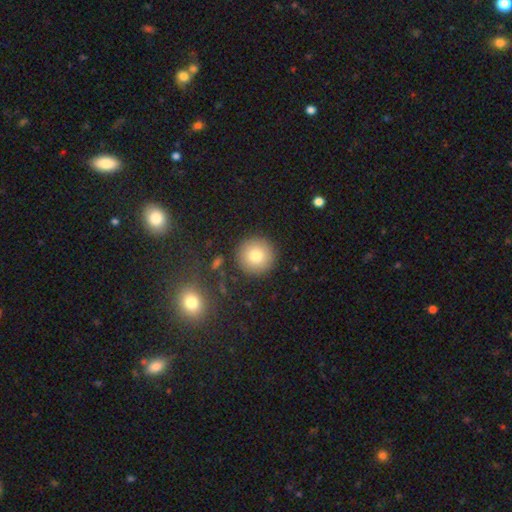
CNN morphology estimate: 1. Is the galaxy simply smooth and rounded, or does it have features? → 79% smooth, 11% featured or disk, 10% star or artifact.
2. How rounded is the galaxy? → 95% round, 4% in between, 1% cigar-shaped.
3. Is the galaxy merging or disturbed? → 90% none, 6% minor disturbance, 2% major disturbance, 2% merger.